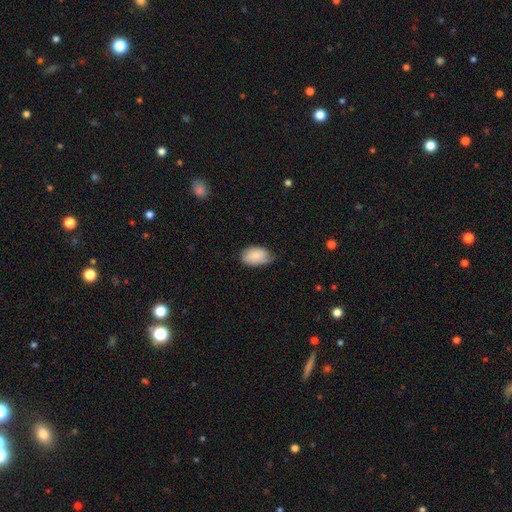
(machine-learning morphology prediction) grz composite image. It shows a smooth galaxy with no disk features (81%) that is in between round and cigar-shaped (92%). Merging: none (55%).